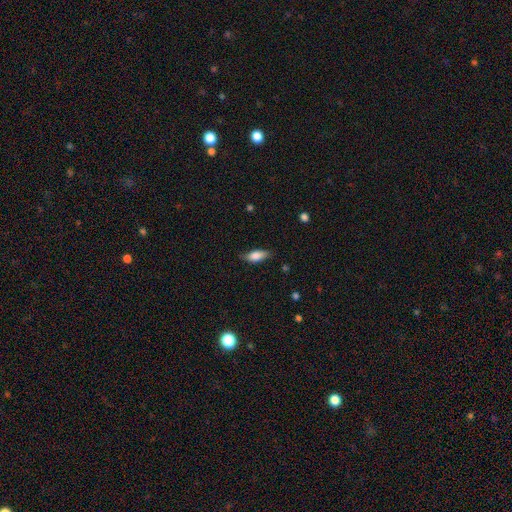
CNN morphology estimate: Smooth or featured? smooth (80%)
How rounded? in between (78%)
Merging? none (75%)